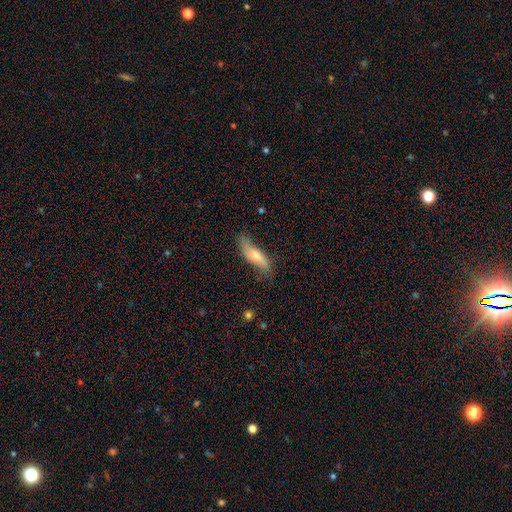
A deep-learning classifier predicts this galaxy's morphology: Smooth or featured? smooth (62%)
How rounded? cigar-shaped (59%)
Merging? none (60%)